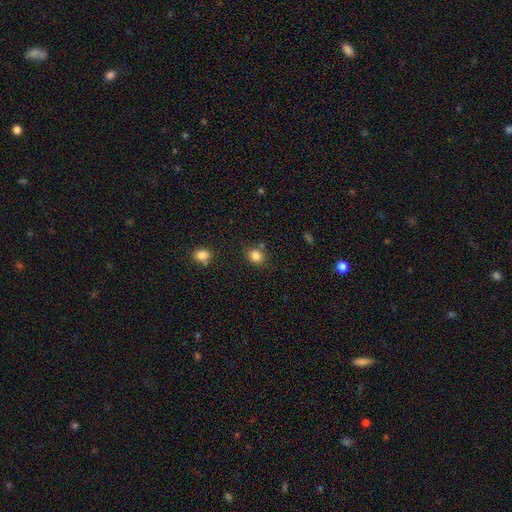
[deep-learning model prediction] The model was most divided on "how rounded": round: 75%, in between: 24%, cigar-shaped: 1%. More confident: smooth or featured — smooth (83%); merging — none (77%).